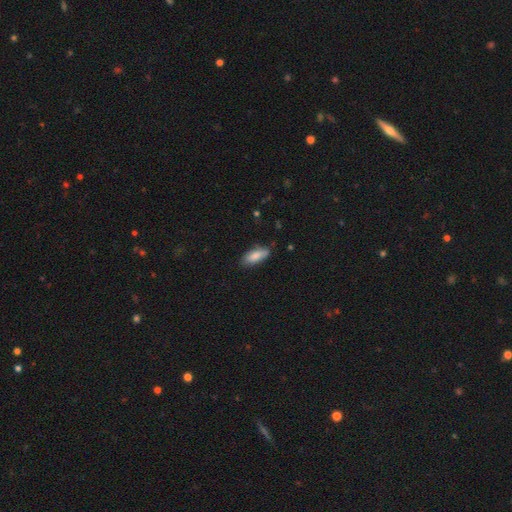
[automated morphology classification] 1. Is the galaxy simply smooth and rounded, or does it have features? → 82% smooth, 12% featured or disk, 6% star or artifact.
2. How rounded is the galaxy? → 78% in between, 20% cigar-shaped, 2% round.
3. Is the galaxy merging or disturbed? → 76% none, 19% minor disturbance, 3% major disturbance, 2% merger.